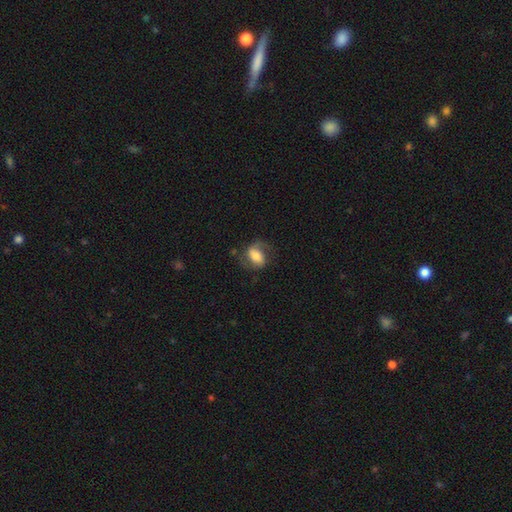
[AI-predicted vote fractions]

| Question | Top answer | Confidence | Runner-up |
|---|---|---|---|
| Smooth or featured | featured or disk | 49% | smooth (43%) |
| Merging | none | 62% | minor disturbance (22%) |